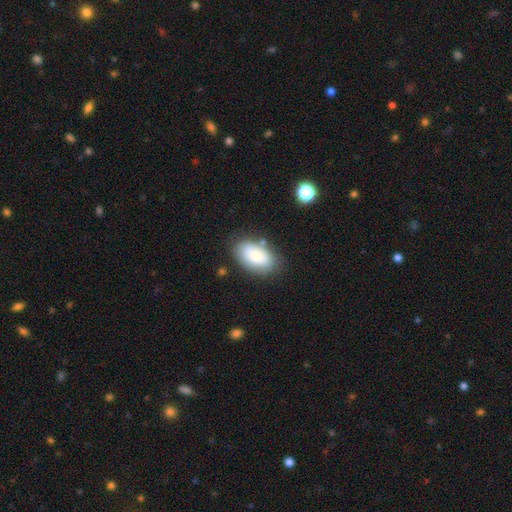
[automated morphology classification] smooth 77%, featured or disk 16%, star or artifact 7%. Down the decision tree: how rounded — in between (93%); merging — none (74%).